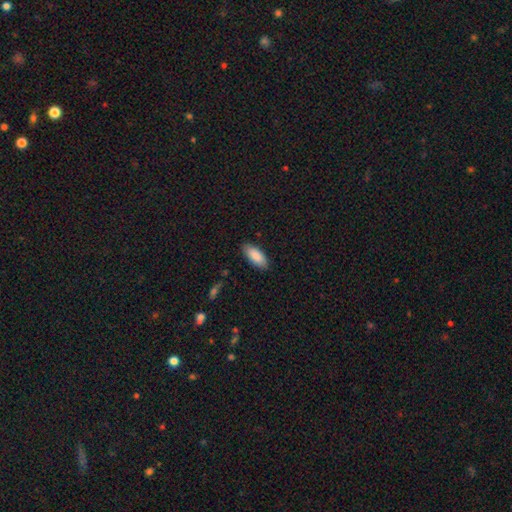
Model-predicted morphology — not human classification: A smooth galaxy with no disk features (88%) that is in between round and cigar-shaped (86%).

Vote fractions:
- Smooth or featured? smooth: 88% / featured or disk: 6% / star or artifact: 6%
- How rounded? in between: 86% / cigar-shaped: 13% / round: 2%
- Merging? none: 86% / minor disturbance: 11% / major disturbance: 2% / merger: 1%